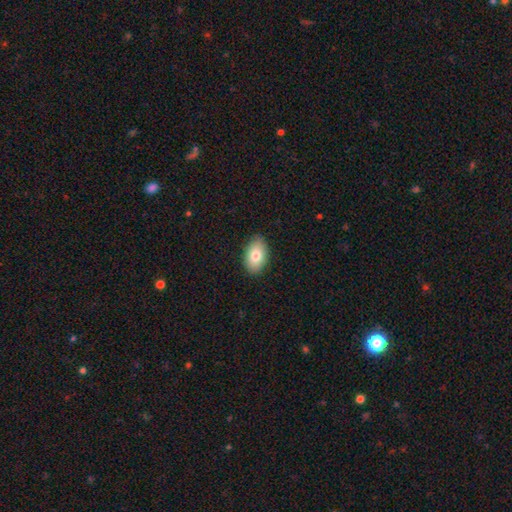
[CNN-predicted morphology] smooth-or-featured: smooth: 79% | featured or disk: 14% | star or artifact: 7%
  how-rounded: in between: 91% | round: 8% | cigar-shaped: 1%
  merging: none: 87% | minor disturbance: 10% | major disturbance: 2% | merger: 1%